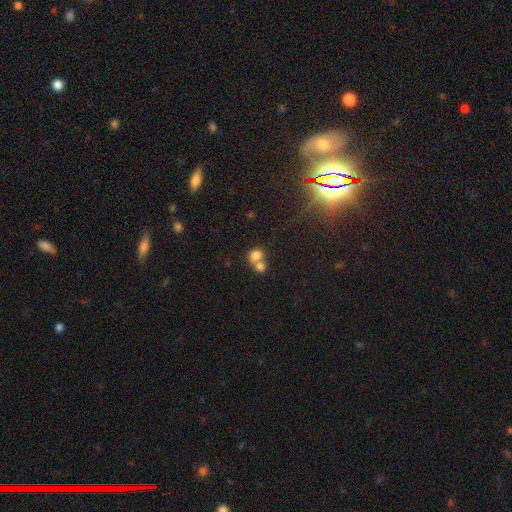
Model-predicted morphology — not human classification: This is likely a smooth galaxy (76%). How rounded: likely round (64%). Merging: likely merger (63%).